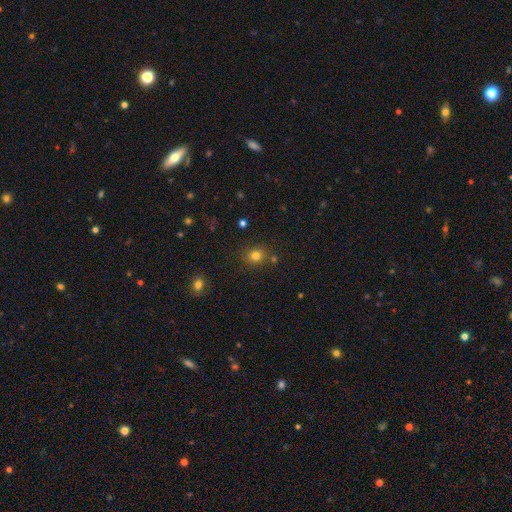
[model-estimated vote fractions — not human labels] smooth 78%, star or artifact 16%, featured or disk 7%. Down the decision tree: how rounded — round (79%); merging — none (80%).